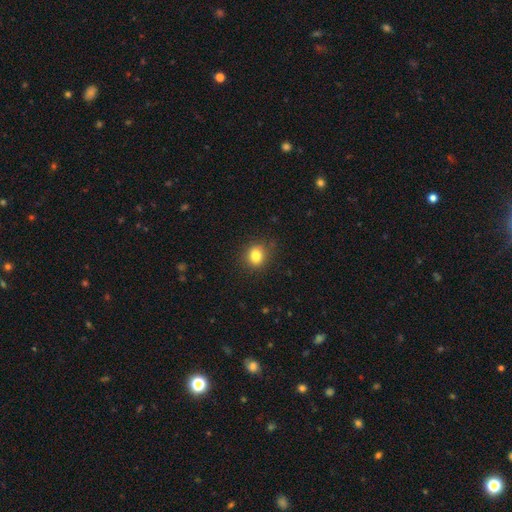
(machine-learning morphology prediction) A smooth galaxy with no disk features (82%) that is round (73%).

Vote fractions:
- Smooth or featured? smooth: 82% / star or artifact: 12% / featured or disk: 6%
- How rounded? round: 73% / in between: 26% / cigar-shaped: 1%
- Merging? none: 85% / minor disturbance: 11% / major disturbance: 3% / merger: 1%